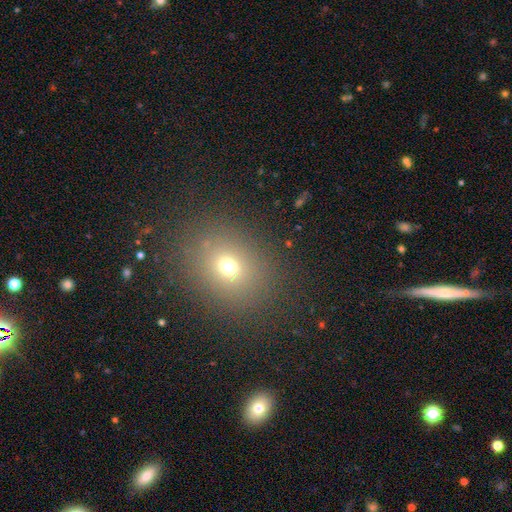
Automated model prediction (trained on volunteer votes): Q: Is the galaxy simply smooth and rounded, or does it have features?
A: smooth — 61%.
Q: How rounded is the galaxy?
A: round — 61%.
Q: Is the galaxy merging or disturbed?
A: none — 88%.